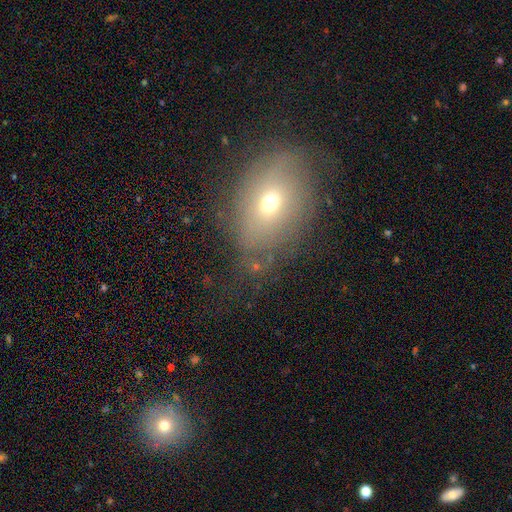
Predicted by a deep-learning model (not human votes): The model was most divided on "smooth or featured": smooth: 47%, featured or disk: 33%, star or artifact: 20%. More confident: merging — none (57%).